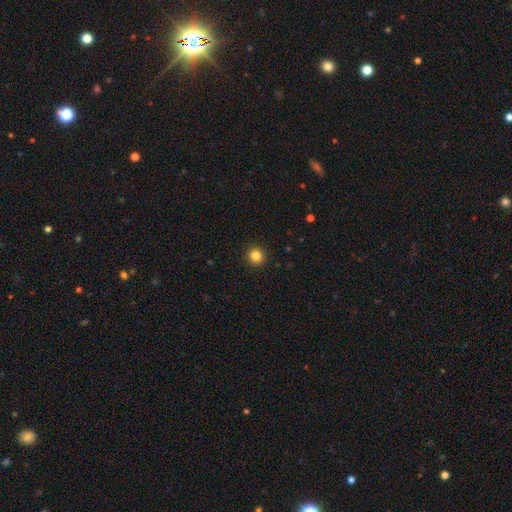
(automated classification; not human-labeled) This appears to be a smooth galaxy with no disk features (84%) that is round (94%). Merging: none (93%).